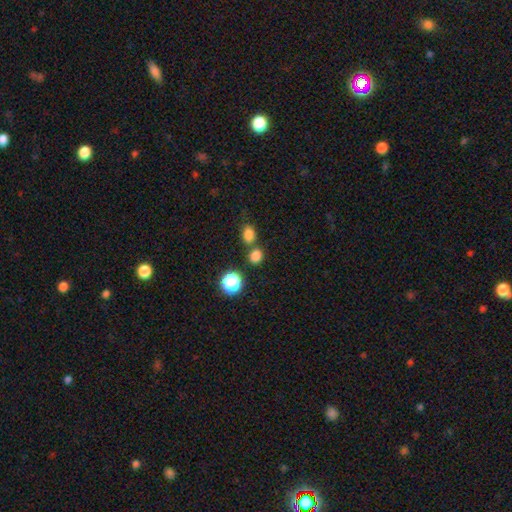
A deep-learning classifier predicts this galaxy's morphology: Overall: smooth (78%). How rounded: round (63%; in between 36%). Merging: none (63%; merger 25%).